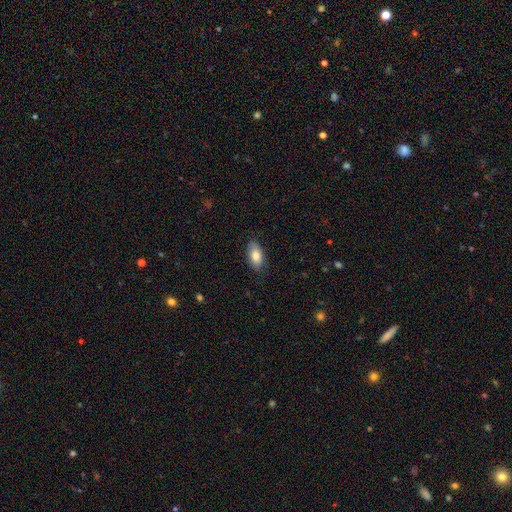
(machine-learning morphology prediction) A smooth galaxy with no disk features (83%) that is in between round and cigar-shaped (92%).

Vote fractions:
- Smooth or featured? smooth: 83% / featured or disk: 10% / star or artifact: 7%
- How rounded? in between: 92% / cigar-shaped: 4% / round: 4%
- Merging? none: 83% / minor disturbance: 14% / major disturbance: 3% / merger: 1%